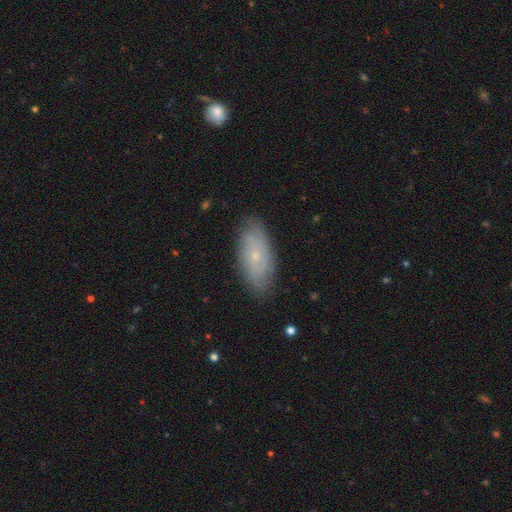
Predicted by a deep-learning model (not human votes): This is possibly a featured or disk galaxy (54%). It is clearly not viewed edge-on (88%). Merging: clearly none (82%).